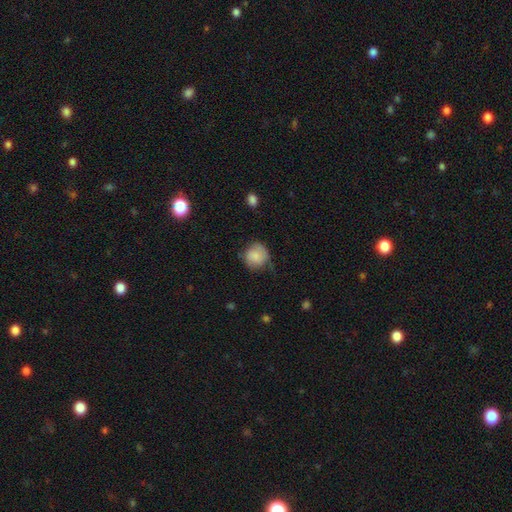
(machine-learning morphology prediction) A smooth galaxy with no disk features (82%) that is round (86%). Merging: none (63%).